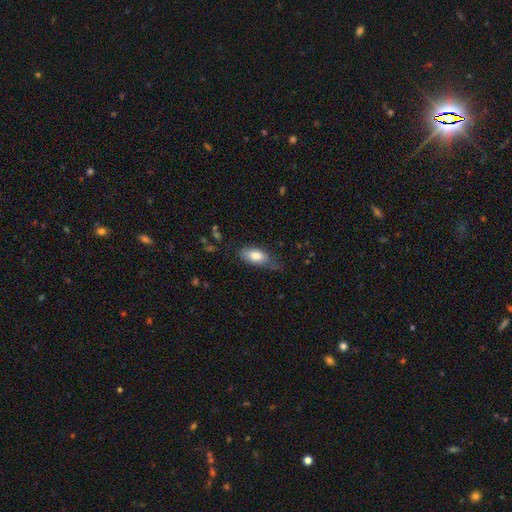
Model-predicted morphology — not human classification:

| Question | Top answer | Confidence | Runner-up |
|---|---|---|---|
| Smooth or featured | smooth | 79% | featured or disk (15%) |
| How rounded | in between | 87% | cigar-shaped (10%) |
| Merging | none | 58% | minor disturbance (31%) |